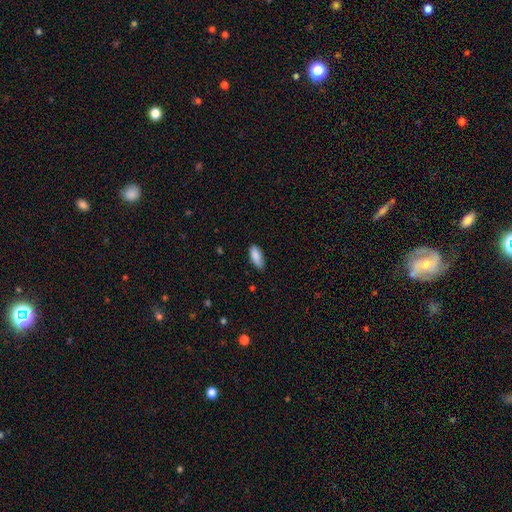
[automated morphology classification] type=smooth (88%); roundness=in between (83%); merging=none (72%).